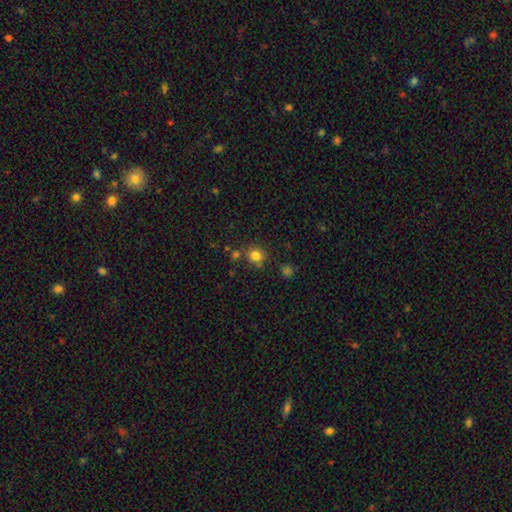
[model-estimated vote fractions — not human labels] This appears to be a smooth galaxy with no disk features (81%) that is round (89%). Merging: none (78%).